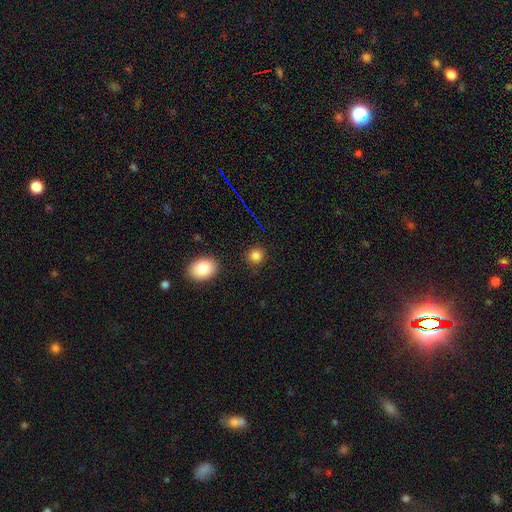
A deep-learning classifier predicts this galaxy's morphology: type=smooth (84%); roundness=round (81%); merging=none (88%).